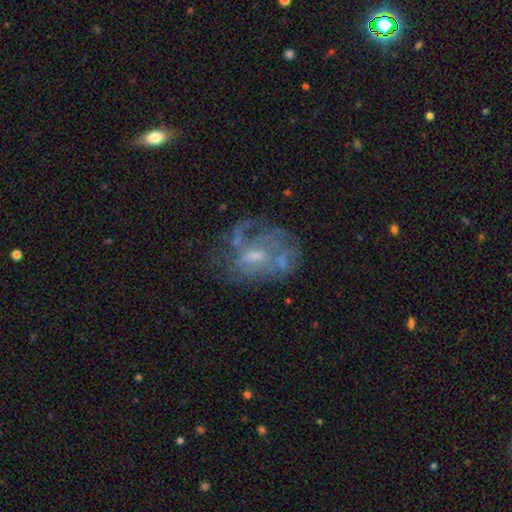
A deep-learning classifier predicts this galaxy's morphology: smooth_or_featured: featured or disk (p=0.71) [alt: smooth p=0.17]
disk_edge_on: no (p=0.97) [alt: yes p=0.03]
bar: no (p=0.54) [alt: weak p=0.39]
has_spiral_arms: yes (p=0.54) [alt: no p=0.46]
bulge_size: small (p=0.48) [alt: moderate p=0.34]
merging: none (p=0.41) [alt: major disturbance p=0.30]